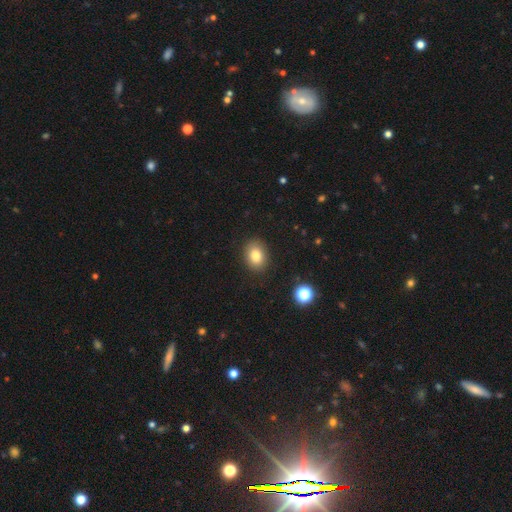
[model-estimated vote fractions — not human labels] smooth-or-featured: smooth: 82% | star or artifact: 10% | featured or disk: 7%
  how-rounded: in between: 61% | round: 39% | cigar-shaped: 1%
  merging: none: 88% | minor disturbance: 8% | major disturbance: 2% | merger: 1%